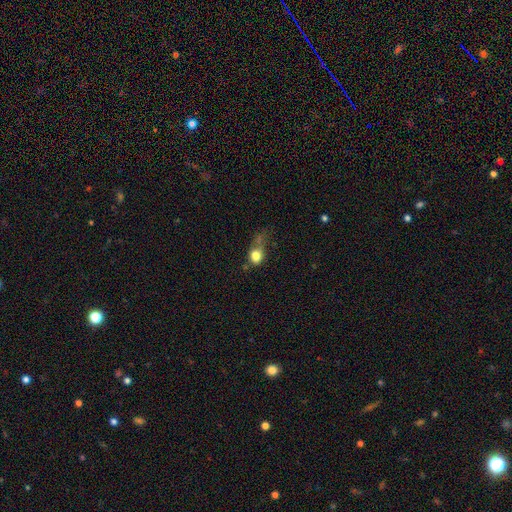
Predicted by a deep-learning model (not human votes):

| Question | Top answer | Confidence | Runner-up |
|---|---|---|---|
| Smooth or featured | smooth | 78% | featured or disk (11%) |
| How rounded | round | 66% | in between (32%) |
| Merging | none | 32% | major disturbance (29%) |